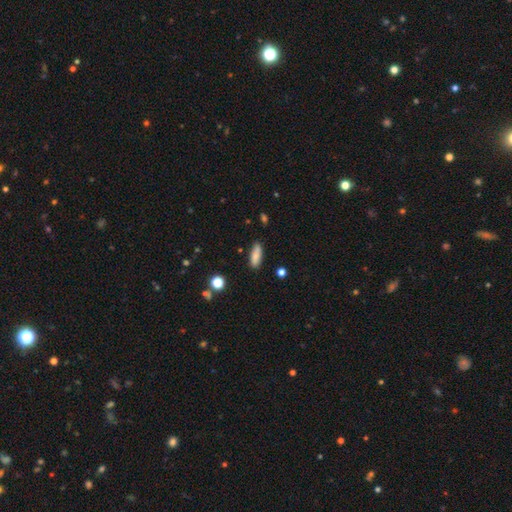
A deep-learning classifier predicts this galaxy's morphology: The model was most divided on "how rounded": in between: 56%, cigar-shaped: 42%, round: 3%. More confident: smooth or featured — smooth (84%); merging — none (83%).